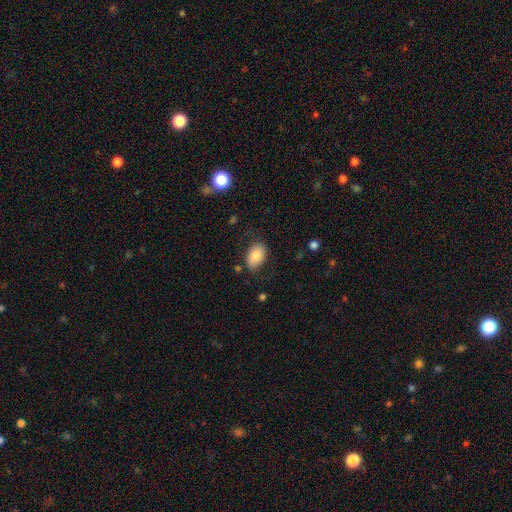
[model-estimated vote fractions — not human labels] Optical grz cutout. It shows a smooth galaxy with no disk features (83%) that is in between round and cigar-shaped (89%). Merging: none (79%).